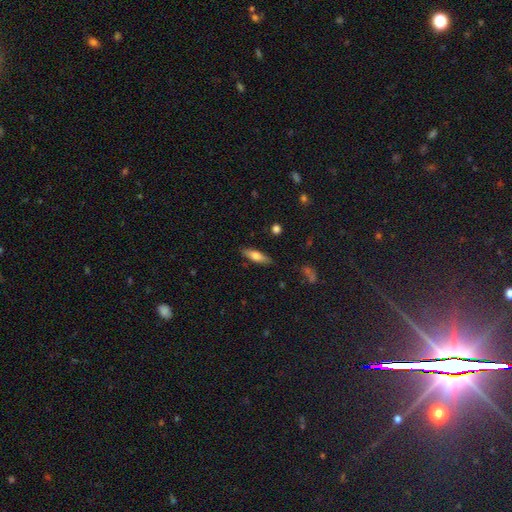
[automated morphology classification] The model was most divided on "how rounded": cigar-shaped: 58%, in between: 40%, round: 2%. More confident: merging — none (85%); smooth or featured — smooth (67%).